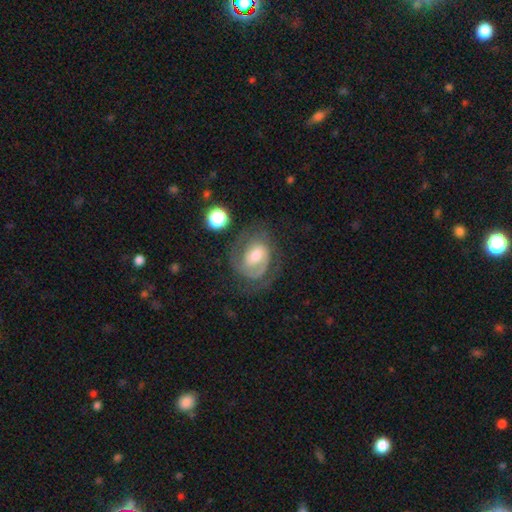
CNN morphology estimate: Smooth or featured?
  - featured or disk: 77% *
  - smooth: 16%
  - star or artifact: 7%
Edge-on disk?
  - no: 97% *
  - yes: 3%
Bar?
  - weak: 50% *
  - no: 35%
  - strong: 15%
Spiral arms?
  - yes: 91% *
  - no: 9%
Spiral winding?
  - tight: 47% *
  - medium: 40%
  - loose: 13%
Spiral arm count?
  - 2: 55% *
  - 1: 20%
  - can't tell: 16%
  - 3: 5%
  - 4: 2%
  - more than 4: 2%
Bulge size?
  - moderate: 55% *
  - small: 30%
  - large: 10%
  - none: 3%
  - dominant: 2%
Merging?
  - none: 60% *
  - minor disturbance: 19%
  - major disturbance: 18%
  - merger: 2%